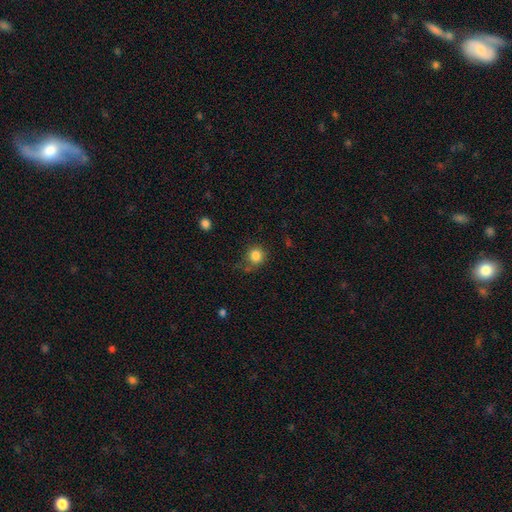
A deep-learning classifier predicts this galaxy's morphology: Smooth or featured?
  - smooth: 83% *
  - star or artifact: 11%
  - featured or disk: 5%
How rounded?
  - round: 90% *
  - in between: 9%
  - cigar-shaped: 1%
Merging?
  - none: 71% *
  - minor disturbance: 18%
  - major disturbance: 6%
  - merger: 5%